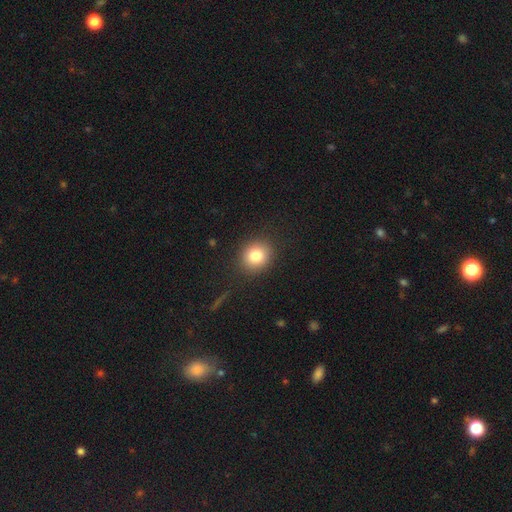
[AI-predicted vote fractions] Morphology: type=smooth (82%); roundness=round (76%); merging=none (88%).